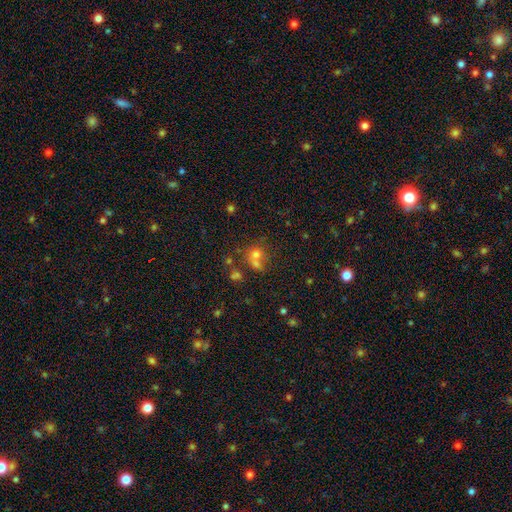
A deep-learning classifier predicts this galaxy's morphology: smooth 57%, star or artifact 27%, featured or disk 16%. Down the decision tree: how rounded — round (79%); merging — none (44%).